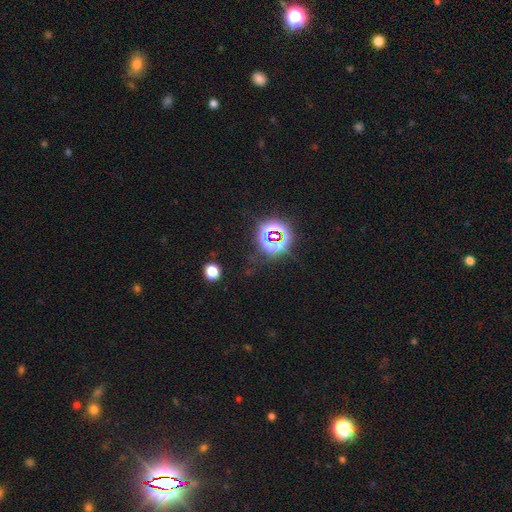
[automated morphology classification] Smooth or featured: star or artifact — 77% (smooth — 15%)